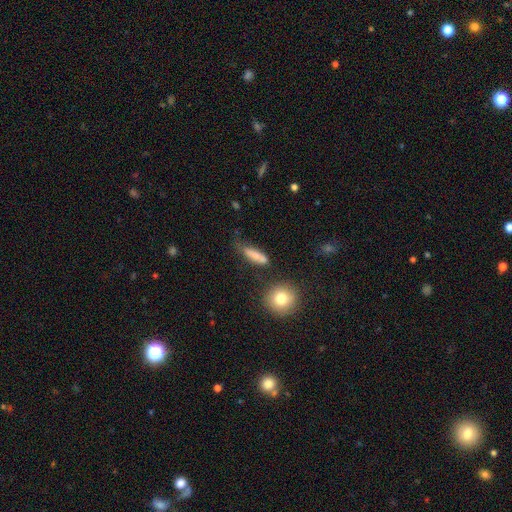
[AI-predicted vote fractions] Q: Smooth or featured?
A: smooth (76%); runner-up: featured or disk (15%)
Q: How rounded?
A: cigar-shaped (62%); runner-up: in between (34%)
Q: Merging?
A: none (53%); runner-up: minor disturbance (27%)